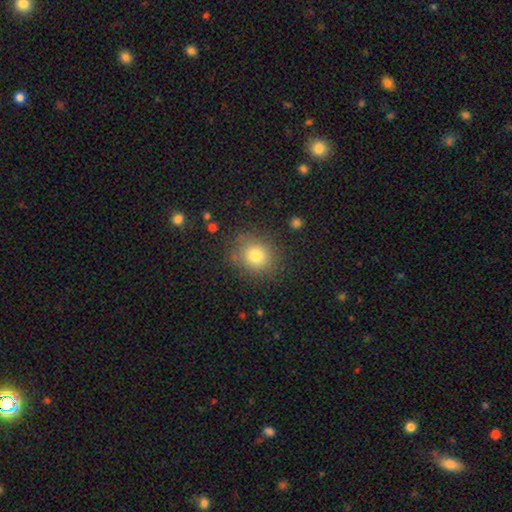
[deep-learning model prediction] Overall: smooth (79%). How rounded: round (75%). Merging: none (82%).